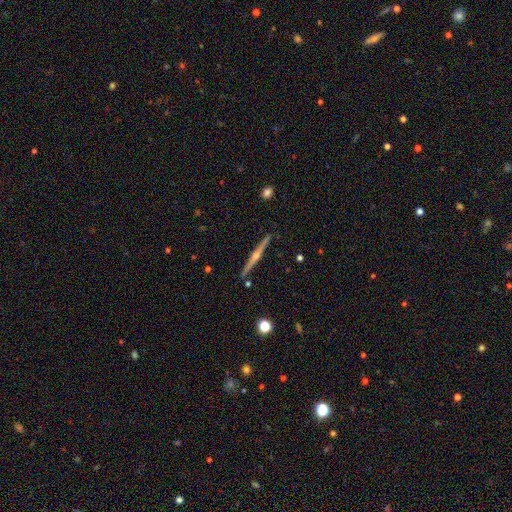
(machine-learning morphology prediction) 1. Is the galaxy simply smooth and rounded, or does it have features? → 81% featured or disk, 14% smooth, 5% star or artifact.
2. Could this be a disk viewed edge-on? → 99% yes, 1% no.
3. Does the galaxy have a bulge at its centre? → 88% rounded, 7% none, 4% boxy.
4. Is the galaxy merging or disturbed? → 91% none, 6% minor disturbance, 2% merger, 1% major disturbance.